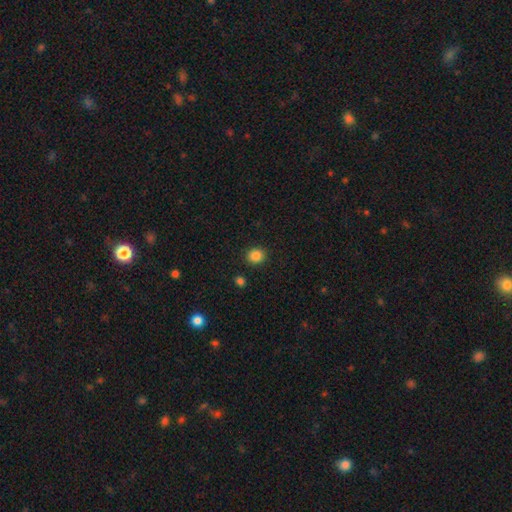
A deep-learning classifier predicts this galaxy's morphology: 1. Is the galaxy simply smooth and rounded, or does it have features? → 86% smooth, 11% star or artifact, 4% featured or disk.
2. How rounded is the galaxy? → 77% round, 23% in between, 1% cigar-shaped.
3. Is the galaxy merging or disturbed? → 89% none, 7% minor disturbance, 2% merger, 2% major disturbance.